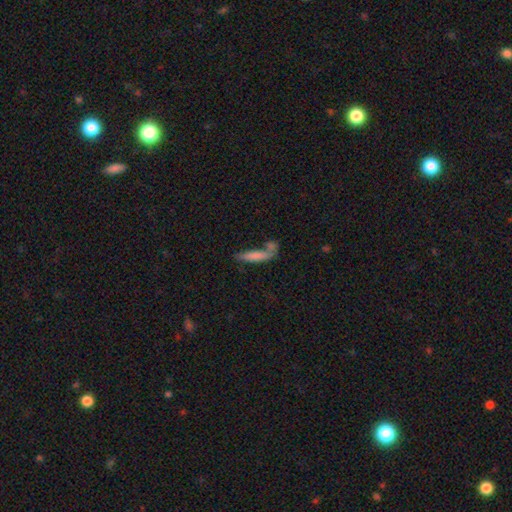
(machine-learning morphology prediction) Smooth or featured? Predicted: smooth (p=0.75). How rounded? Predicted: cigar-shaped (p=0.79). Merging? Predicted: none (p=0.46).